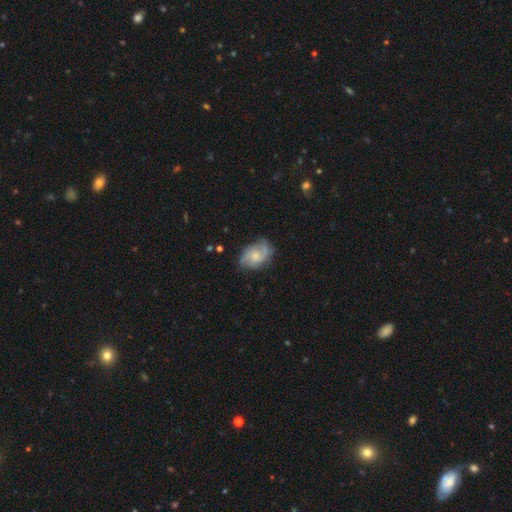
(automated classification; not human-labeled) featured or disk 63%, smooth 30%, star or artifact 7%. Down the decision tree: edge-on disk — no (97%); bar — no (73%); spiral arms — yes (87%); spiral arm count — 2 (57%); spiral winding — medium (43%); bulge size — small (49%); merging — none (62%).